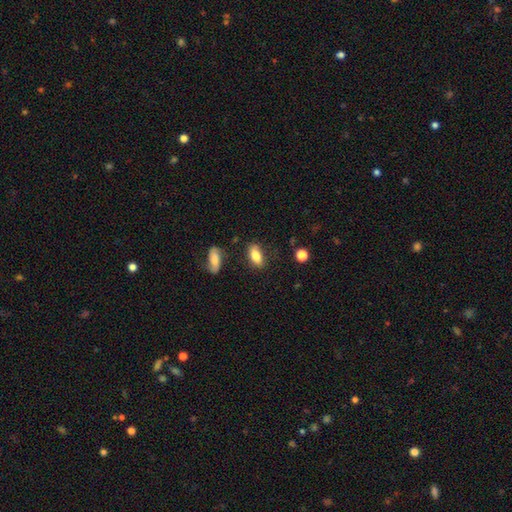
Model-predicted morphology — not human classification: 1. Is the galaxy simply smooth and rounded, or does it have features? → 83% smooth, 10% featured or disk, 7% star or artifact.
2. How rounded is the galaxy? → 86% in between, 10% cigar-shaped, 4% round.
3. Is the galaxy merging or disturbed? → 77% none, 16% minor disturbance, 4% major disturbance, 3% merger.